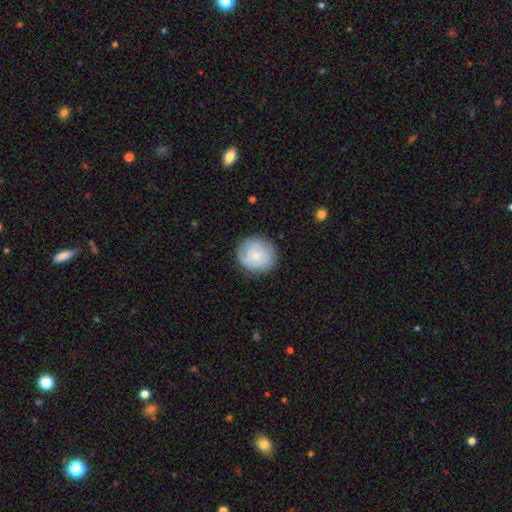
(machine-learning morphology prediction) Smooth or featured? smooth (52%)
How rounded? round (90%)
Merging? none (83%)